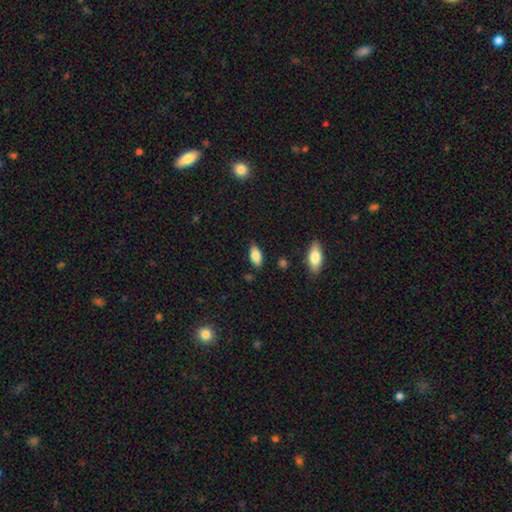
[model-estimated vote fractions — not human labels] A smooth galaxy with no disk features (84%) that is in between round and cigar-shaped (90%). Merging: none (83%).